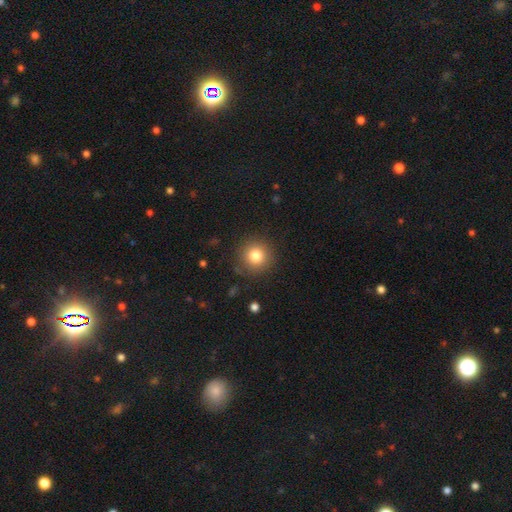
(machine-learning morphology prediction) Smooth or featured? Predicted: smooth (p=0.80). How rounded? Predicted: round (p=0.95). Merging? Predicted: none (p=0.89).